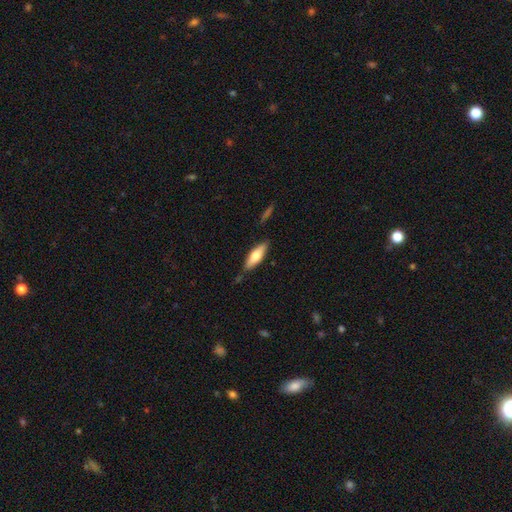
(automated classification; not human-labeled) smooth 61%, featured or disk 33%, star or artifact 6%. Down the decision tree: how rounded — cigar-shaped (50%); merging — none (80%).